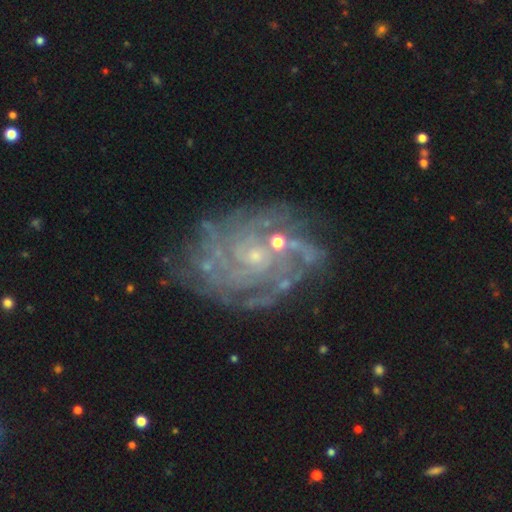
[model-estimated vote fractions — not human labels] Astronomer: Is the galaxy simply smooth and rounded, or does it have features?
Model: featured or disk — 82%.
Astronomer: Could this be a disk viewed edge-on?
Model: no — 98%.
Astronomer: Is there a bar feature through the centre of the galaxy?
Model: no — 71%.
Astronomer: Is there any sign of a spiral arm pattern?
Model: yes — 91%.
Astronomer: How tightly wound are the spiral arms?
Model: tight — 59%.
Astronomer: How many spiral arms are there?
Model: can't tell — 34% (runner-up: 4, 18%).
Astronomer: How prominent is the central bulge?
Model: small — 79%.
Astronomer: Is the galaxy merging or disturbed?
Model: none — 69%.